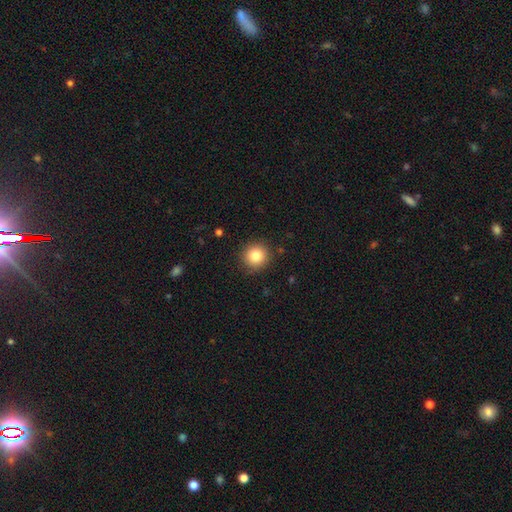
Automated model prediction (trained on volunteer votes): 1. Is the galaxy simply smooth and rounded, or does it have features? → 83% smooth, 10% star or artifact, 7% featured or disk.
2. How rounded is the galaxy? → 93% round, 6% in between, 1% cigar-shaped.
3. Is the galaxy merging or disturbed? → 89% none, 8% minor disturbance, 2% major disturbance, 1% merger.